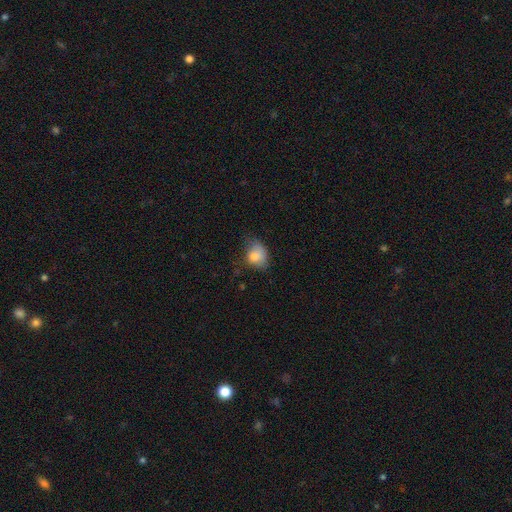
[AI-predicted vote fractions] Smooth or featured? Predicted: smooth (p=0.80). How rounded? Predicted: in between (p=0.56). Merging? Predicted: none (p=0.39).